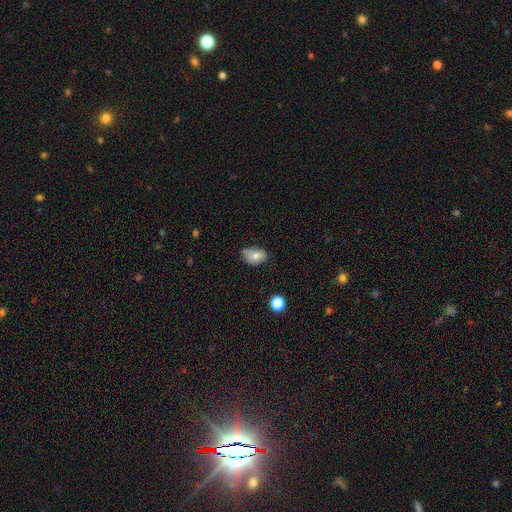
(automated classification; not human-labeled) A smooth galaxy with no disk features (72%) that is in between round and cigar-shaped (80%).

Vote fractions:
- Smooth or featured? smooth: 72% / featured or disk: 19% / star or artifact: 9%
- How rounded? in between: 80% / round: 18% / cigar-shaped: 1%
- Merging? none: 50% / minor disturbance: 38% / major disturbance: 9% / merger: 4%